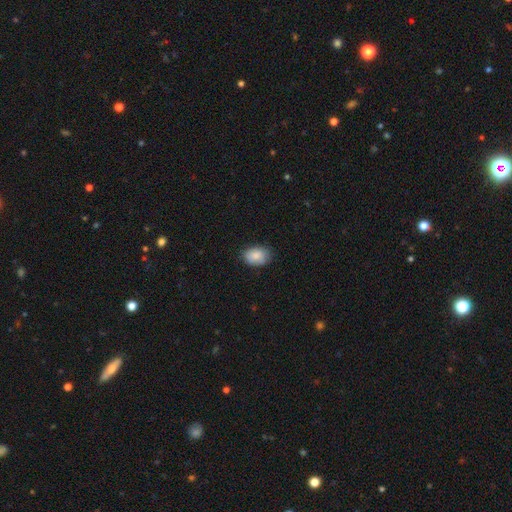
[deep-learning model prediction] This appears to be a smooth galaxy with no disk features (86%) that is in between round and cigar-shaped (80%). Merging: none (79%).